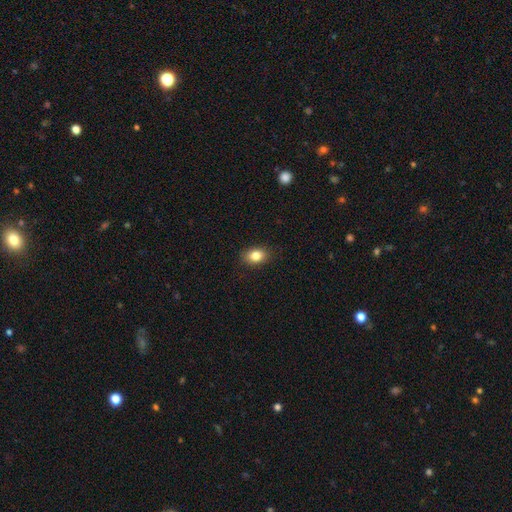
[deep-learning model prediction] smooth-or-featured: smooth: 83% | star or artifact: 9% | featured or disk: 7%
  how-rounded: in between: 73% | round: 26% | cigar-shaped: 1%
  merging: none: 88% | minor disturbance: 9% | major disturbance: 2% | merger: 1%